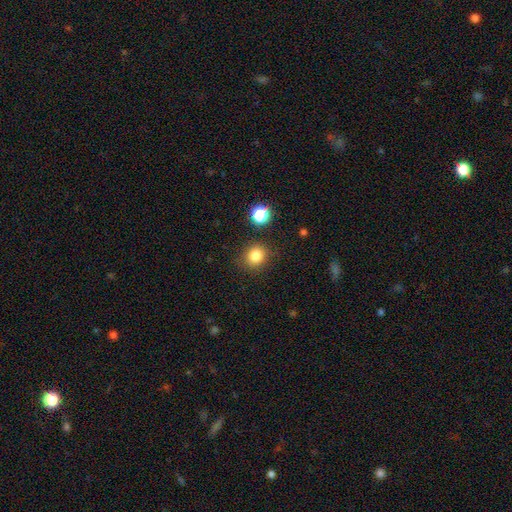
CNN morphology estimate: A smooth galaxy with no disk features (82%) that is round (81%). Merging: none (86%).